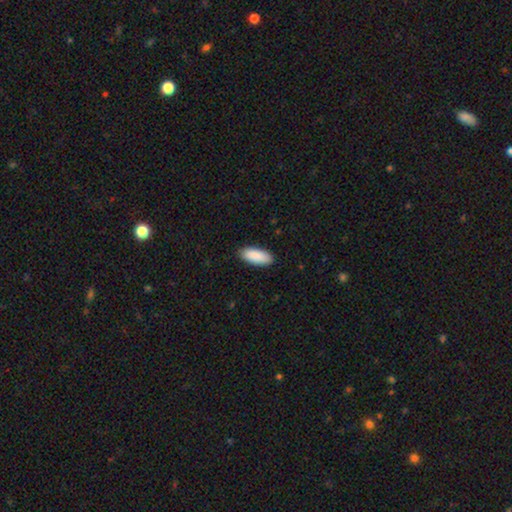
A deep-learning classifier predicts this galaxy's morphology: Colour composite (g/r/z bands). It shows a smooth galaxy with no disk features (91%) that is in between round and cigar-shaped (82%). Merging: none (88%).